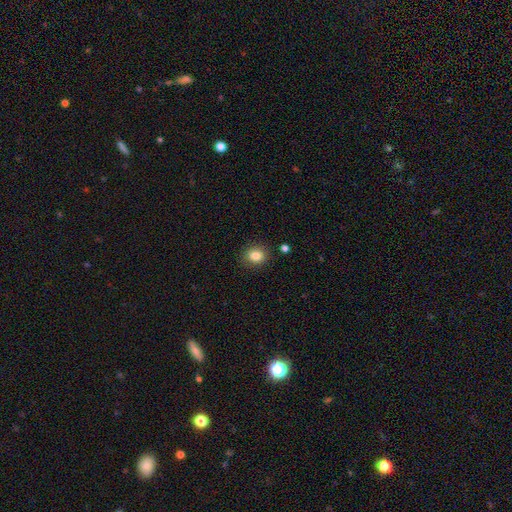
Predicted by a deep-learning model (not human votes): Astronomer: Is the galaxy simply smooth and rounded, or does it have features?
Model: smooth — 84%.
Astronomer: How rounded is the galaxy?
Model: round — 63%.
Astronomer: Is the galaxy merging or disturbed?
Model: none — 86%.